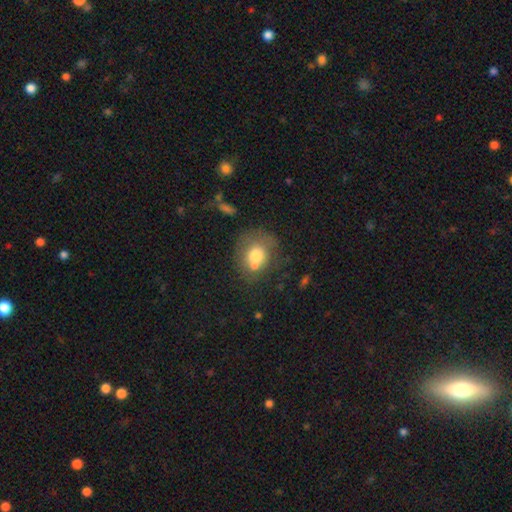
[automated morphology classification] Q: Smooth or featured?
A: smooth (69%); runner-up: featured or disk (22%)
Q: How rounded?
A: round (69%); runner-up: in between (30%)
Q: Merging?
A: none (42%); runner-up: merger (25%)